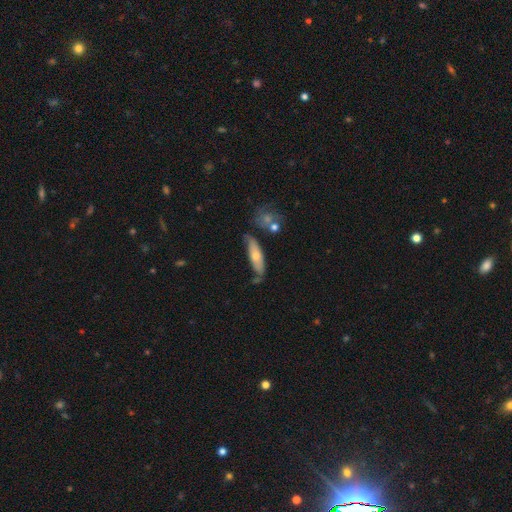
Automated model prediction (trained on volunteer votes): smooth_or_featured: smooth (p=0.62) [alt: featured or disk p=0.32]
how_rounded: cigar-shaped (p=0.59) [alt: in between p=0.39]
merging: none (p=0.63) [alt: minor disturbance p=0.23]